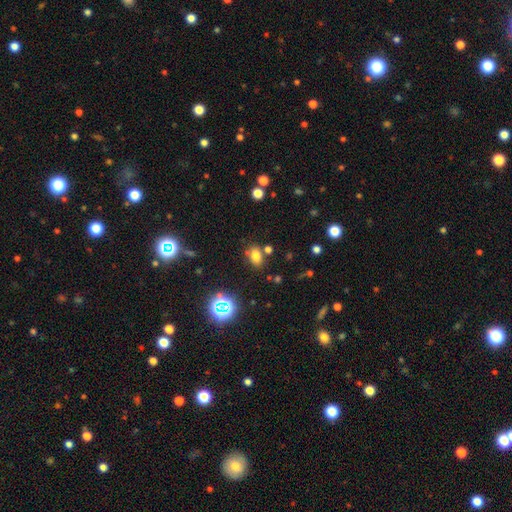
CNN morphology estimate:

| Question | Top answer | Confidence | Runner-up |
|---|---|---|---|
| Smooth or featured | smooth | 73% | star or artifact (19%) |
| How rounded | in between | 79% | round (20%) |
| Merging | none | 72% | minor disturbance (13%) |